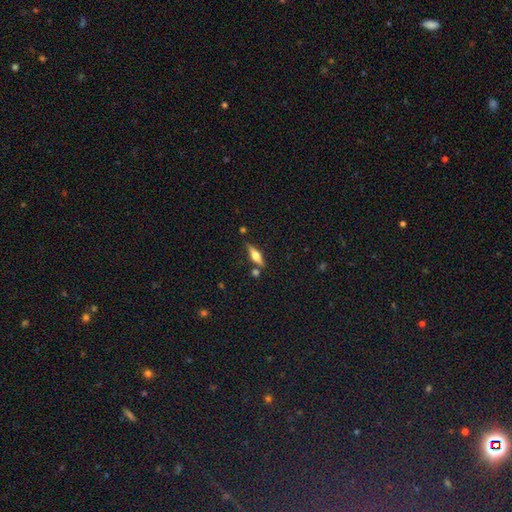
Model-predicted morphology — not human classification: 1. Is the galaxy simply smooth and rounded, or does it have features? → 54% featured or disk, 39% smooth, 7% star or artifact.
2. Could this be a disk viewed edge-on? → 93% yes, 7% no.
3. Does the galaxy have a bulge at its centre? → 91% rounded, 7% boxy, 2% none.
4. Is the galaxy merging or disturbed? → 76% none, 13% minor disturbance, 8% merger, 3% major disturbance.